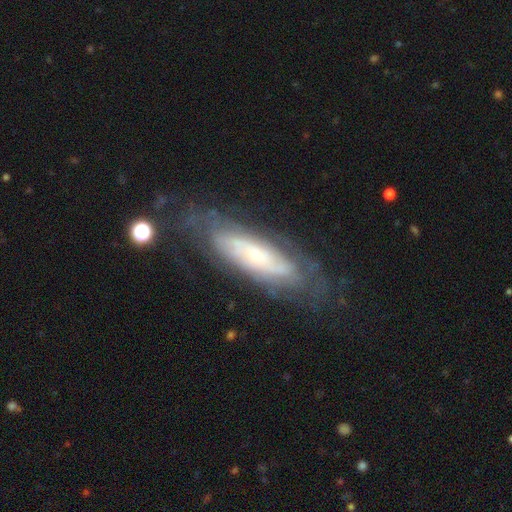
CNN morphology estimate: The model was most divided on "bulge size": small: 65%, moderate: 26%, large: 4%, none: 3%, dominant: 1%. More confident: spiral arms — yes (79%); edge-on disk — no (77%); bar — no (72%); smooth or featured — featured or disk (70%); merging — none (69%).